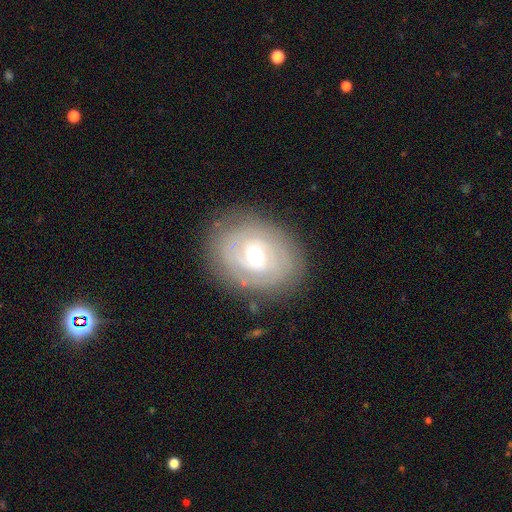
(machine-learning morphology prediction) Smooth or featured? featured or disk (77%)
Edge-on disk? no (96%)
Bar? no (44%)
Spiral arms? yes (80%)
Spiral winding? tight (76%)
Spiral arm count? can't tell (40%)
Bulge size? moderate (72%)
Merging? none (81%)